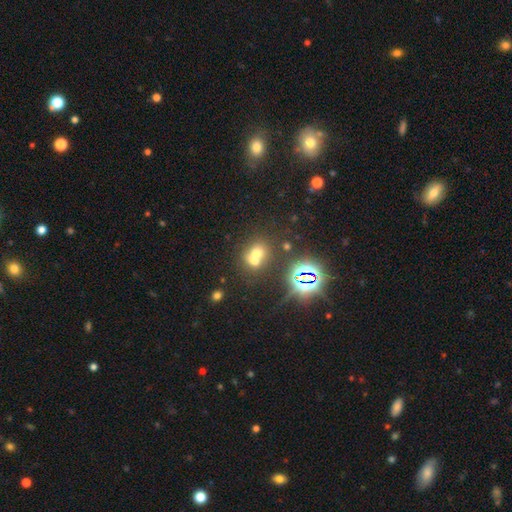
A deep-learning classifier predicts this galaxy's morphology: smooth 56%, star or artifact 24%, featured or disk 20%. Down the decision tree: how rounded — round (67%); merging — merger (62%).